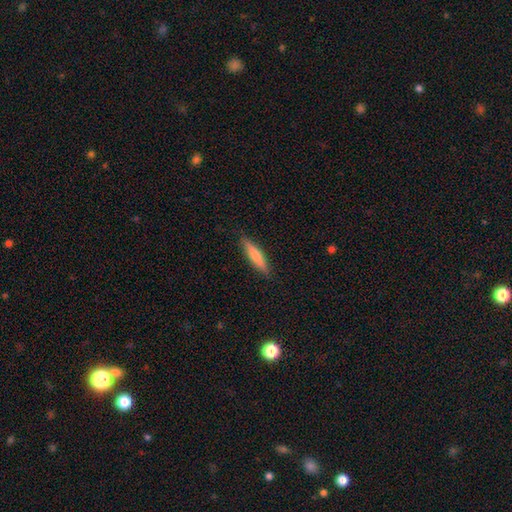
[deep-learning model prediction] smooth 73%, featured or disk 21%, star or artifact 6%. Down the decision tree: how rounded — cigar-shaped (83%); merging — none (89%).